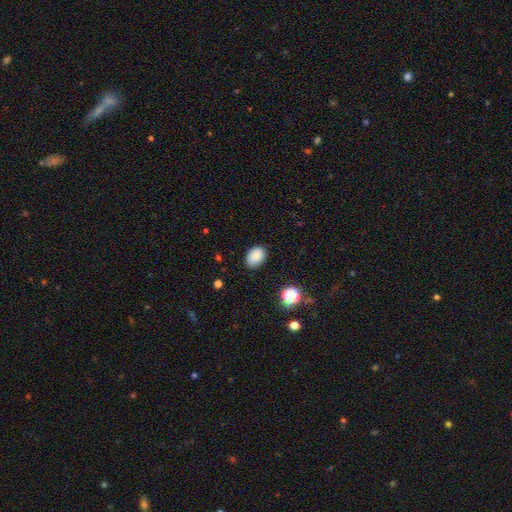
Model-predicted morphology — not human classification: Smooth or featured? smooth (83%)
How rounded? in between (77%)
Merging? none (83%)